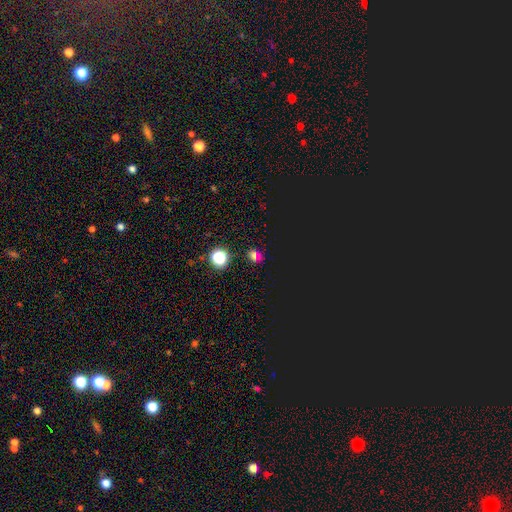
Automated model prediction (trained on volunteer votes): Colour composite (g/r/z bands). It shows a smooth galaxy with no disk features (48%). Merging: none (79%).